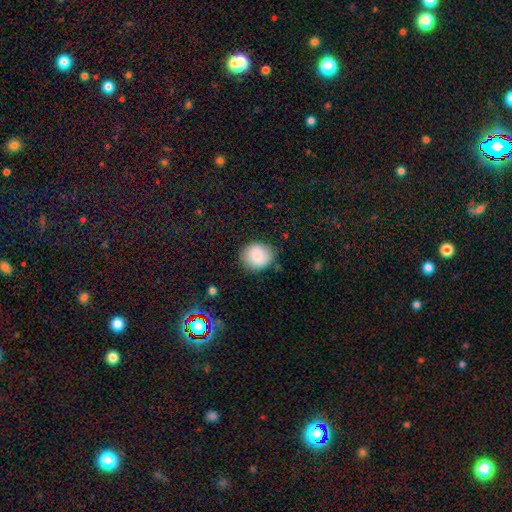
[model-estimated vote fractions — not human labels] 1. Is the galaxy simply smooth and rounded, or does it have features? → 85% smooth, 8% star or artifact, 8% featured or disk.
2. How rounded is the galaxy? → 82% round, 17% in between, 1% cigar-shaped.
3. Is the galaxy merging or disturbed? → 81% none, 14% minor disturbance, 4% major disturbance, 2% merger.